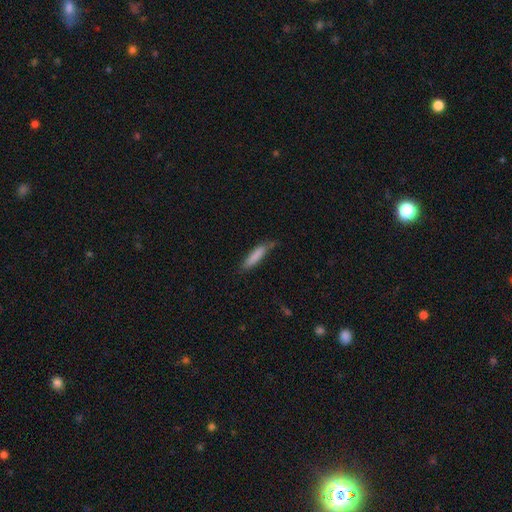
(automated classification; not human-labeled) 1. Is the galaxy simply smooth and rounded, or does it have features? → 82% smooth, 12% featured or disk, 6% star or artifact.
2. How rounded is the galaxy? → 82% cigar-shaped, 17% in between, 1% round.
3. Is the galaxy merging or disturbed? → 68% none, 25% minor disturbance, 5% major disturbance, 2% merger.